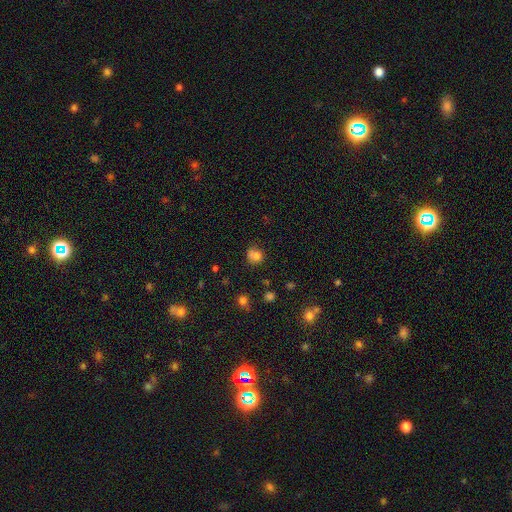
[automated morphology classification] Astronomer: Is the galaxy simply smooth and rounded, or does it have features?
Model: smooth — 76%.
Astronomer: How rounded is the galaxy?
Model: round — 77%.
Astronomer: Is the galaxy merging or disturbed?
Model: none — 50%.